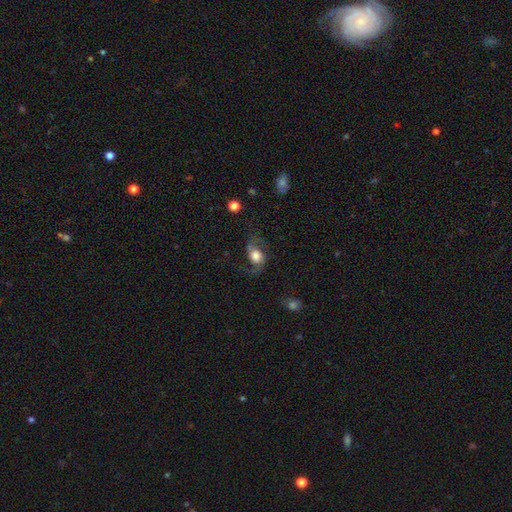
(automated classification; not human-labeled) Smooth or featured? Predicted: featured or disk (p=0.55). Edge-on disk? Predicted: no (p=0.95). Bar? Predicted: no (p=0.69). Spiral arms? Predicted: yes (p=0.87). Bulge size? Predicted: large (p=0.49). Merging? Predicted: none (p=0.57).